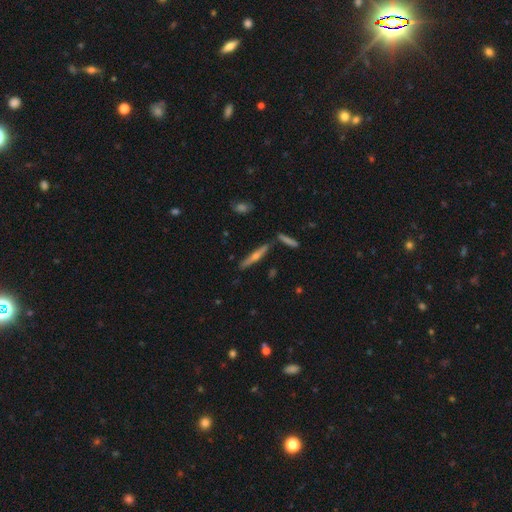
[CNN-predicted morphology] Q: Smooth or featured?
A: featured or disk (60%); runner-up: smooth (32%)
Q: Edge-on disk?
A: yes (96%); runner-up: no (4%)
Q: Edge-on bulge?
A: rounded (80%); runner-up: none (15%)
Q: Merging?
A: none (83%); runner-up: minor disturbance (9%)